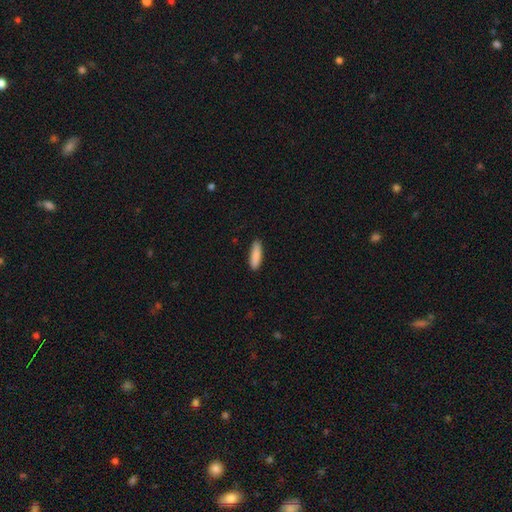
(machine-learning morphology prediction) The model was most divided on "how rounded": cigar-shaped: 65%, in between: 34%, round: 1%. More confident: smooth or featured — smooth (89%); merging — none (88%).